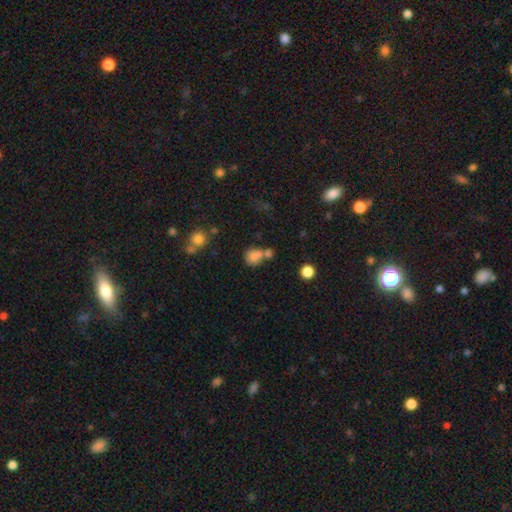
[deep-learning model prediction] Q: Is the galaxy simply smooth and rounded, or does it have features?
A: smooth — 77%.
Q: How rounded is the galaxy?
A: round — 76%.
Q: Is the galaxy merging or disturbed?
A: none — 44%.